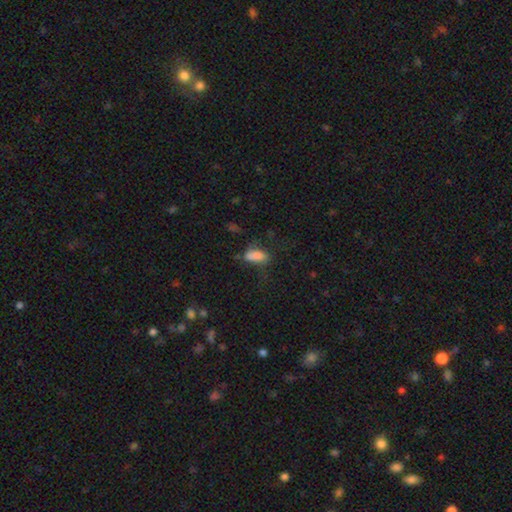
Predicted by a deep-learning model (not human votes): Smooth or featured: smooth — 80% (star or artifact — 11%)
How rounded: in between — 83% (cigar-shaped — 13%)
Merging: none — 46% (minor disturbance — 27%)